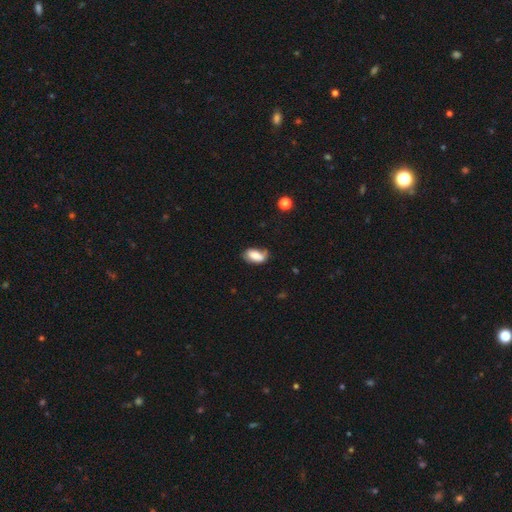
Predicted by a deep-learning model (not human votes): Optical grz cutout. It shows a smooth galaxy with no disk features (75%) that is in between round and cigar-shaped (91%). Merging: none (51%).